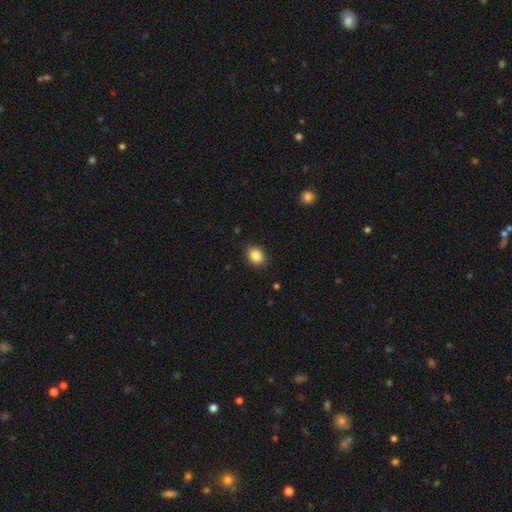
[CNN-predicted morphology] smooth 87%, star or artifact 9%, featured or disk 5%. Down the decision tree: how rounded — in between (60%); merging — none (88%).